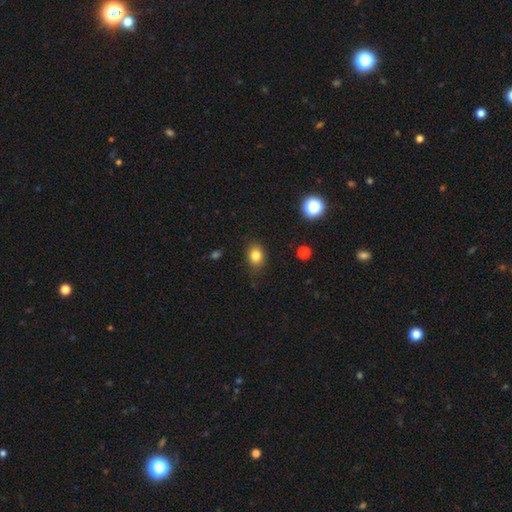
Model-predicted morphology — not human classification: Q: Smooth or featured?
A: smooth (82%); runner-up: star or artifact (11%)
Q: How rounded?
A: in between (53%); runner-up: round (46%)
Q: Merging?
A: none (81%); runner-up: minor disturbance (14%)